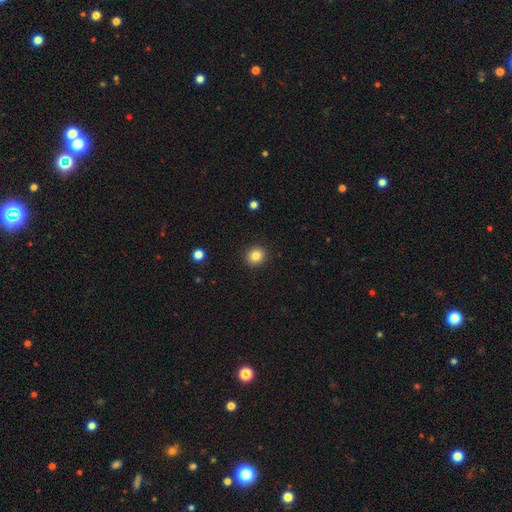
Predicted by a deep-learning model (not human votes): This is clearly a smooth galaxy (84%). How rounded: clearly round (88%). Merging: clearly none (92%).